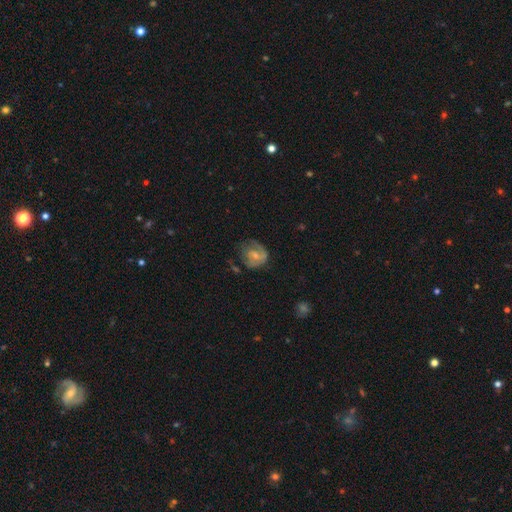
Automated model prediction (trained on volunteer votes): Q: Smooth or featured?
A: featured or disk (55%); runner-up: smooth (38%)
Q: Edge-on disk?
A: no (97%); runner-up: yes (3%)
Q: Bar?
A: no (49%); runner-up: weak (42%)
Q: Spiral arms?
A: yes (74%); runner-up: no (26%)
Q: Bulge size?
A: moderate (45%); runner-up: small (44%)
Q: Merging?
A: none (48%); runner-up: minor disturbance (28%)